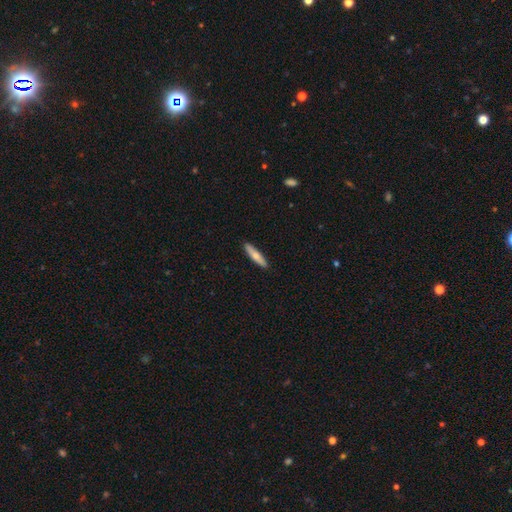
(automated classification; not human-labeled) Smooth or featured?
  - smooth: 64% *
  - featured or disk: 31%
  - star or artifact: 5%
How rounded?
  - cigar-shaped: 84% *
  - in between: 14%
  - round: 2%
Merging?
  - none: 91% *
  - minor disturbance: 7%
  - major disturbance: 1%
  - merger: 1%